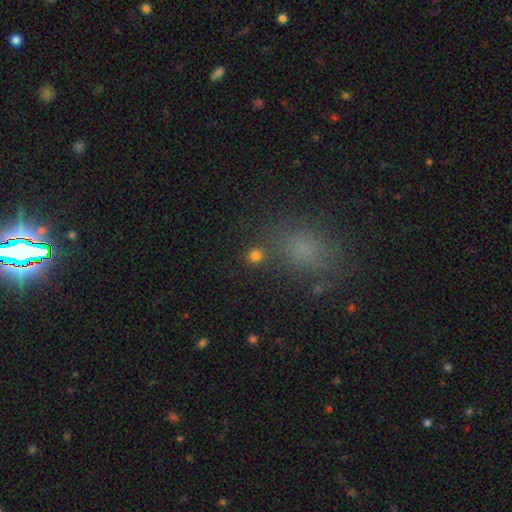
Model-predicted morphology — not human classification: type=smooth (78%); roundness=round (91%); merging=none (81%).